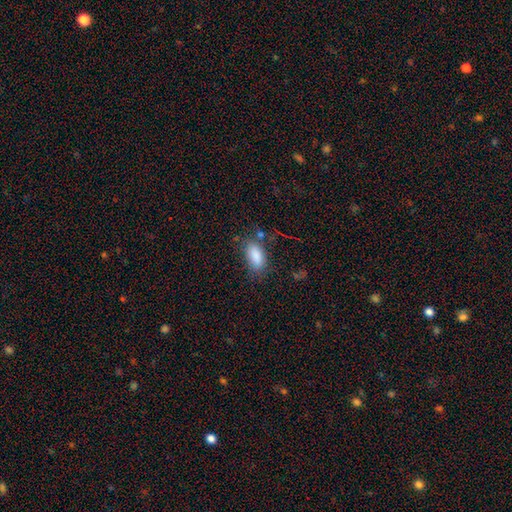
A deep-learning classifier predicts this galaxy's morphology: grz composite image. It shows a smooth galaxy with no disk features (86%) that is in between round and cigar-shaped (89%). Merging: none (70%).